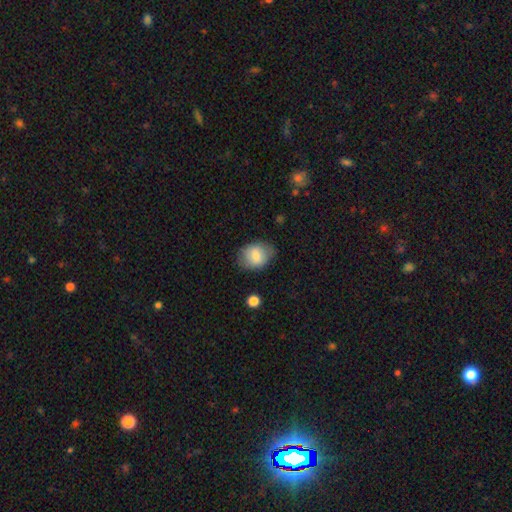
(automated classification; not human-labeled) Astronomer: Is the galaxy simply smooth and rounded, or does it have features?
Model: smooth — 76%.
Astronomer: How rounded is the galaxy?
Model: in between — 59% (runner-up: round, 40%).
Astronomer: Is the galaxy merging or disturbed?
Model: none — 74%.